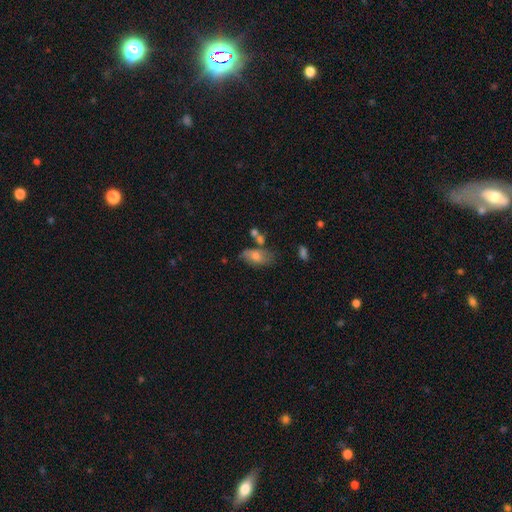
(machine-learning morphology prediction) Smooth or featured? Predicted: smooth (p=0.62). How rounded? Predicted: in between (p=0.87). Merging? Predicted: none (p=0.53).